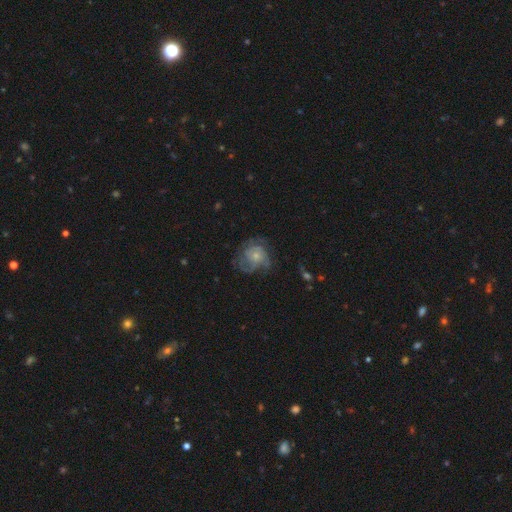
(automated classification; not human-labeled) Smooth or featured?
  - featured or disk: 69% *
  - smooth: 23%
  - star or artifact: 8%
Edge-on disk?
  - no: 98% *
  - yes: 2%
Bar?
  - no: 82% *
  - weak: 15%
  - strong: 2%
Spiral arms?
  - yes: 85% *
  - no: 15%
Spiral winding?
  - tight: 46% *
  - medium: 38%
  - loose: 16%
Spiral arm count?
  - can't tell: 36% *
  - 3: 24%
  - 2: 16%
  - 4: 12%
  - 1: 6%
  - more than 4: 5%
Bulge size?
  - small: 64% *
  - moderate: 29%
  - none: 4%
  - large: 3%
  - dominant: 1%
Merging?
  - none: 55% *
  - minor disturbance: 22%
  - major disturbance: 21%
  - merger: 2%